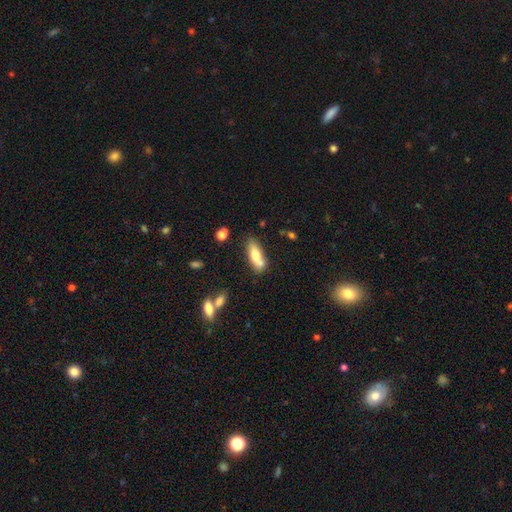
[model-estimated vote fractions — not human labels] A smooth galaxy with no disk features (66%) that is in between round and cigar-shaped (66%).

Vote fractions:
- Smooth or featured? smooth: 66% / featured or disk: 27% / star or artifact: 7%
- How rounded? in between: 66% / cigar-shaped: 31% / round: 3%
- Merging? none: 52% / merger: 28% / minor disturbance: 15% / major disturbance: 5%